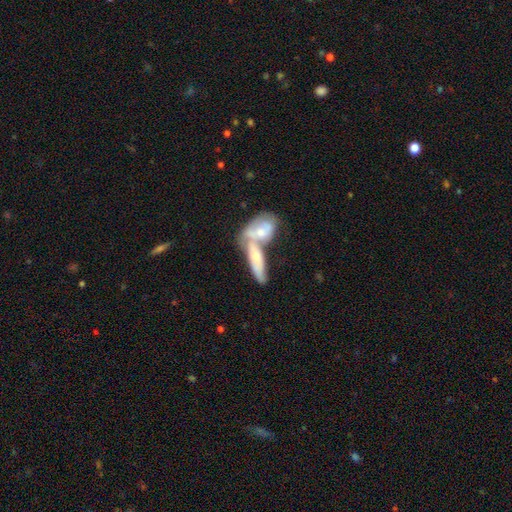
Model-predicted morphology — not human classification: smooth-or-featured: featured or disk: 51% | smooth: 41% | star or artifact: 8%
  disk-edge-on: no: 69% | yes: 31%
  merging: merger: 64% | none: 24% | minor disturbance: 8% | major disturbance: 4%